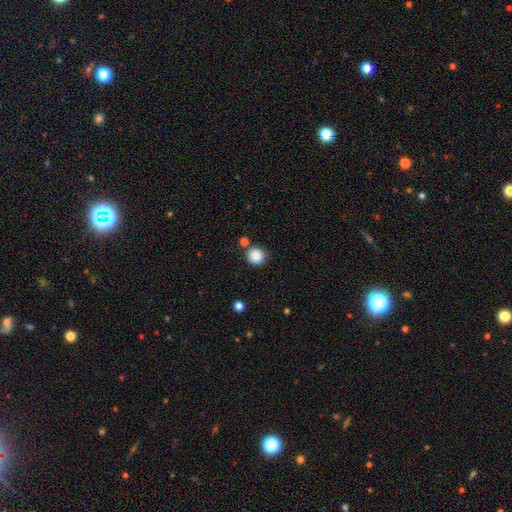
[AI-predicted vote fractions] Smooth or featured: smooth — 87% (star or artifact — 10%)
How rounded: round — 91% (in between — 8%)
Merging: none — 80% (minor disturbance — 9%)